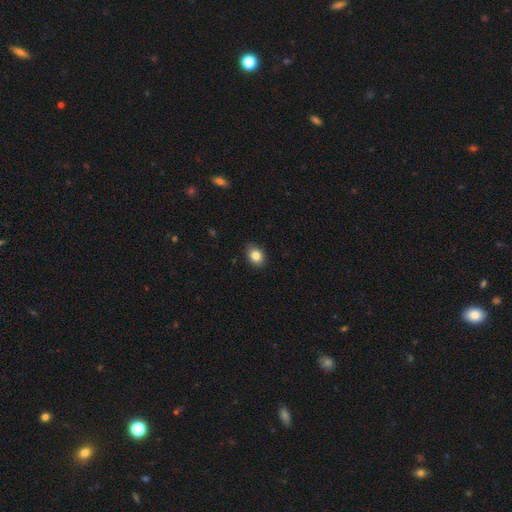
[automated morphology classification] The model was most divided on "how rounded": in between: 62%, round: 37%, cigar-shaped: 1%. More confident: merging — none (86%); smooth or featured — smooth (84%).